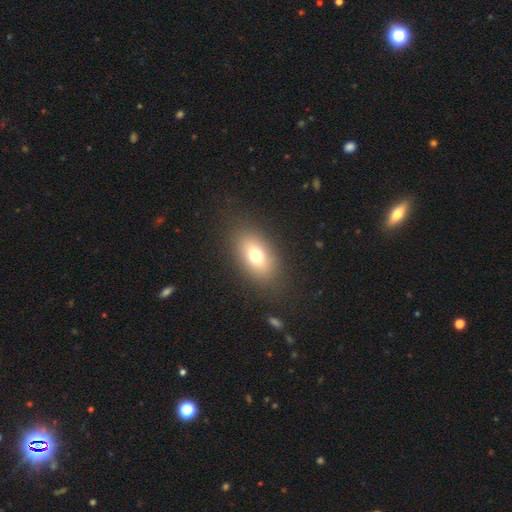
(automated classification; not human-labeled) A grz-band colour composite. It shows a smooth galaxy with no disk features (72%) that is in between round and cigar-shaped (85%). Merging: none (83%).